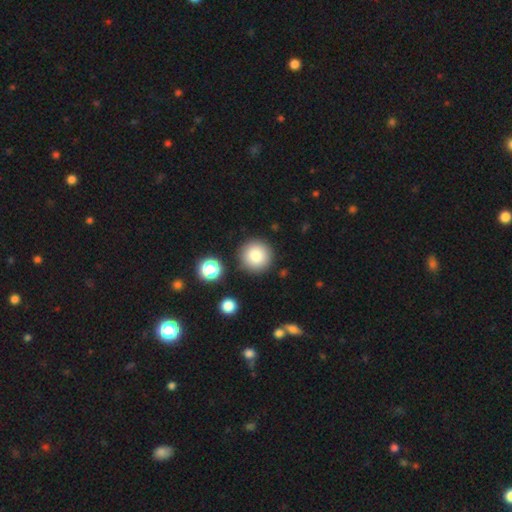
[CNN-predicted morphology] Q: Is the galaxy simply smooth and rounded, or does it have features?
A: smooth — 84%.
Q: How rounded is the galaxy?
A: round — 95%.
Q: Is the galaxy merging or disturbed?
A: none — 87%.